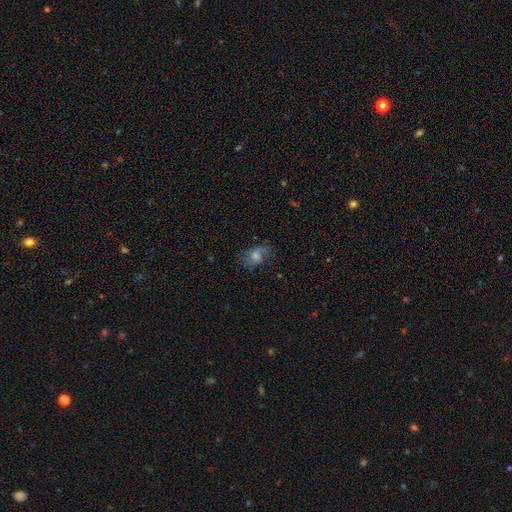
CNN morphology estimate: type=smooth (40%, tied with featured or disk); merging=none (66%).